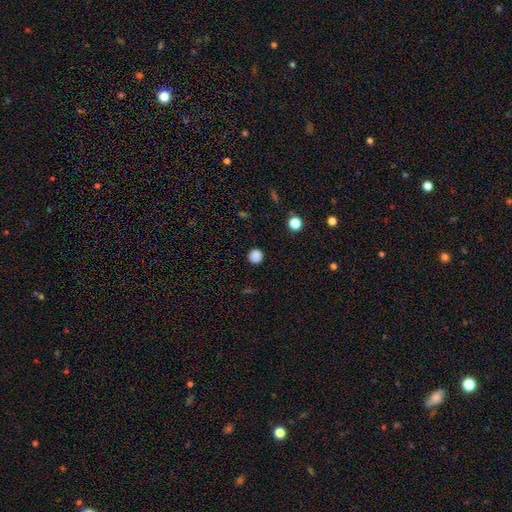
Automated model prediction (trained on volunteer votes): A smooth galaxy with no disk features (84%) that is round (94%). Merging: none (89%).